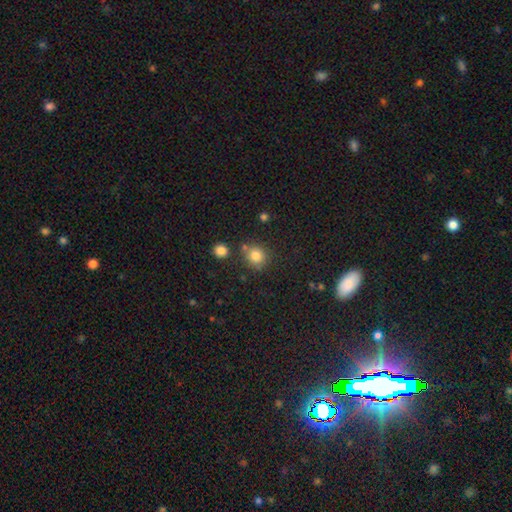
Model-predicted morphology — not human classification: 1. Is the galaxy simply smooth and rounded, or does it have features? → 81% smooth, 13% star or artifact, 6% featured or disk.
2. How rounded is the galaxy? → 88% round, 11% in between, 1% cigar-shaped.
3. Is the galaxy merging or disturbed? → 75% none, 12% merger, 10% minor disturbance, 3% major disturbance.